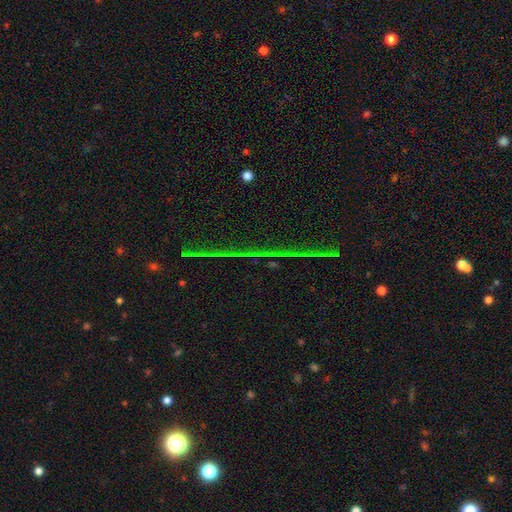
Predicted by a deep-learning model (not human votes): star or artifact 77%, featured or disk 14%, smooth 10%.